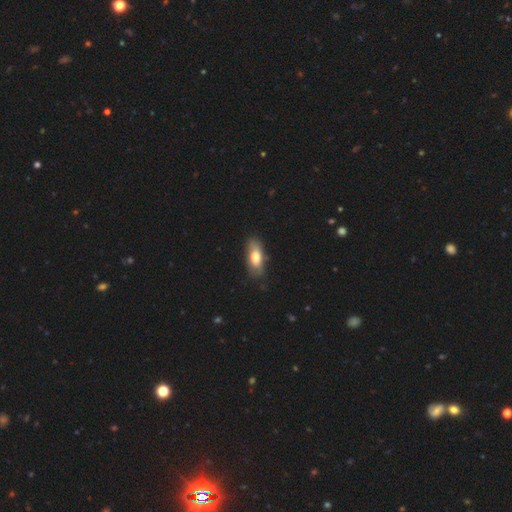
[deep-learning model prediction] A smooth galaxy with no disk features (72%) that is in between round and cigar-shaped (80%).

Vote fractions:
- Smooth or featured? smooth: 72% / featured or disk: 22% / star or artifact: 6%
- How rounded? in between: 80% / cigar-shaped: 17% / round: 3%
- Merging? none: 77% / minor disturbance: 18% / major disturbance: 4% / merger: 1%